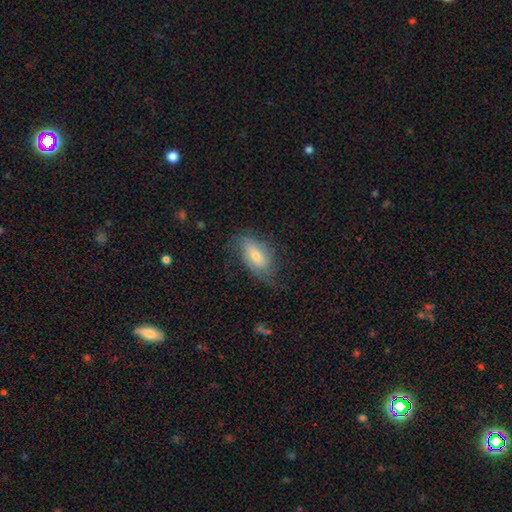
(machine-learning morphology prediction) This appears to be a smooth galaxy with no disk features (47%). Merging: none (58%).